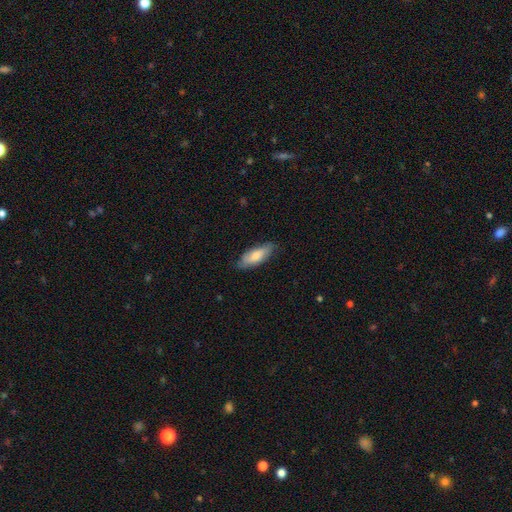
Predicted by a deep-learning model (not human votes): This appears to be a smooth galaxy with no disk features (70%) that is in between round and cigar-shaped (73%). Merging: none (74%).